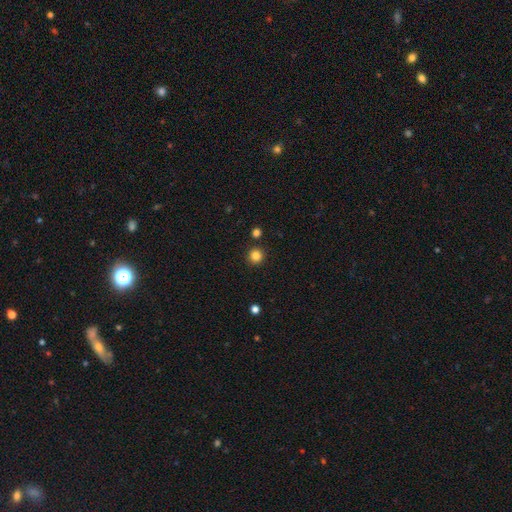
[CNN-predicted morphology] Smooth or featured? Predicted: smooth (p=0.84). How rounded? Predicted: round (p=0.94). Merging? Predicted: none (p=0.89).